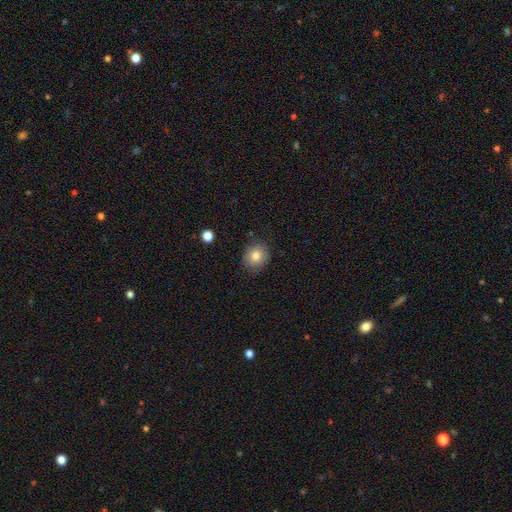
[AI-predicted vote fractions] smooth 81%, featured or disk 10%, star or artifact 10%. Down the decision tree: how rounded — round (74%); merging — none (83%).